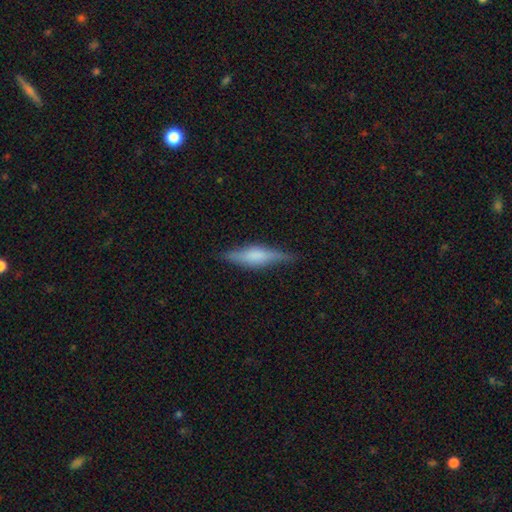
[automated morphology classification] smooth_or_featured: featured or disk (p=0.54) [alt: smooth p=0.39]
disk_edge_on: yes (p=0.94) [alt: no p=0.06]
edge_on_bulge: rounded (p=0.59) [alt: boxy p=0.30]
merging: none (p=0.82) [alt: minor disturbance p=0.14]